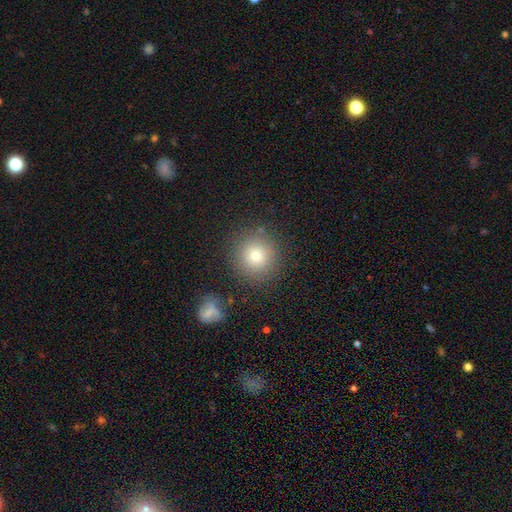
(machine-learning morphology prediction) Q: Smooth or featured?
A: smooth (78%); runner-up: star or artifact (13%)
Q: How rounded?
A: round (93%); runner-up: in between (6%)
Q: Merging?
A: none (85%); runner-up: minor disturbance (8%)